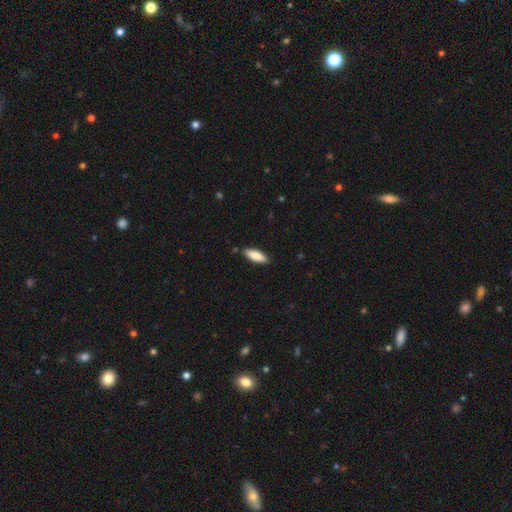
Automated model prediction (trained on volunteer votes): This appears to be a smooth galaxy with no disk features (82%) that is in between round and cigar-shaped (59%). Merging: none (87%).